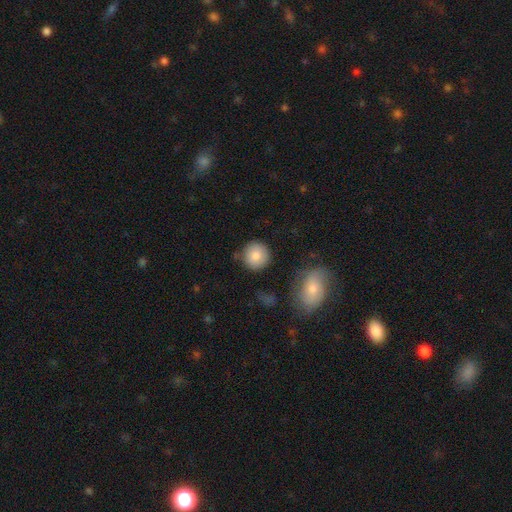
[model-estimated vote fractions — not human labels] smooth_or_featured: smooth (p=0.86) [alt: star or artifact p=0.07]
how_rounded: round (p=0.92) [alt: in between p=0.07]
merging: none (p=0.84) [alt: minor disturbance p=0.09]